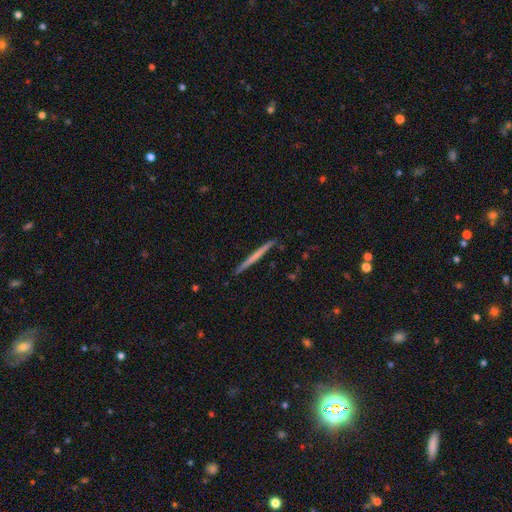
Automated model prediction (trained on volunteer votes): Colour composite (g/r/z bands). It shows a featured or disk galaxy (50%). Merging: none (92%).